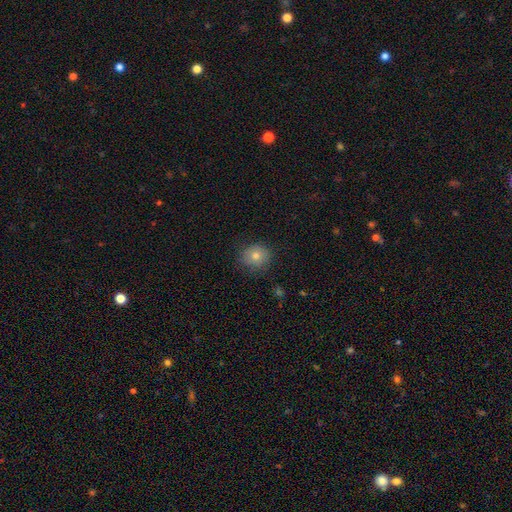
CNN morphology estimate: Smooth or featured? smooth (75%)
How rounded? round (80%)
Merging? none (83%)